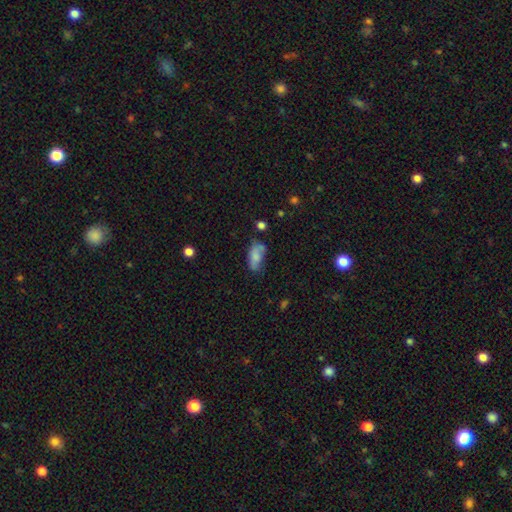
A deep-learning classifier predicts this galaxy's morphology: smooth 70%, featured or disk 21%, star or artifact 9%. Down the decision tree: how rounded — in between (87%); merging — none (45%).